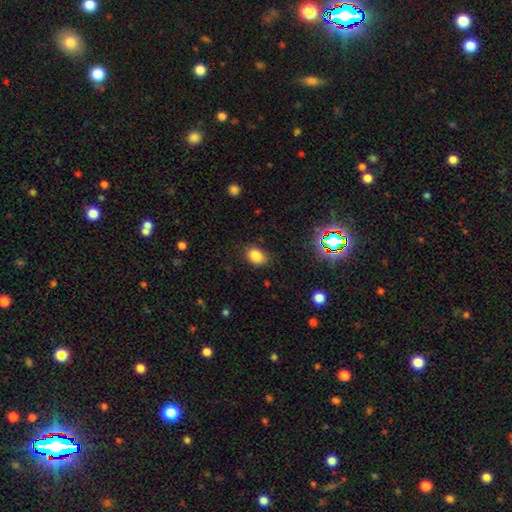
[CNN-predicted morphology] A smooth galaxy with no disk features (83%) that is in between round and cigar-shaped (71%).

Vote fractions:
- Smooth or featured? smooth: 83% / star or artifact: 12% / featured or disk: 5%
- How rounded? in between: 71% / round: 28% / cigar-shaped: 1%
- Merging? none: 79% / minor disturbance: 16% / major disturbance: 4% / merger: 1%